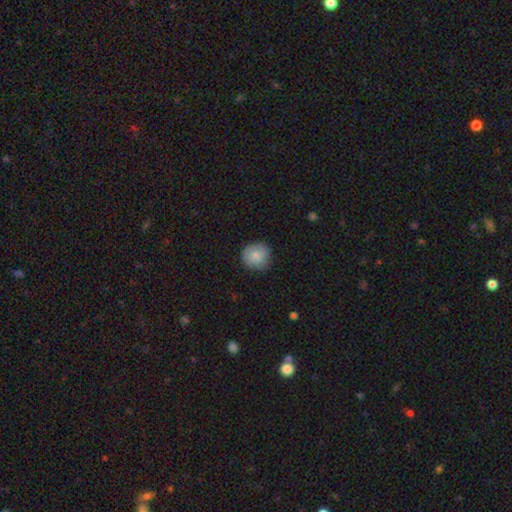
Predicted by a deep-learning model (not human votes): Smooth or featured: smooth — 84% (featured or disk — 8%)
How rounded: round — 89% (in between — 10%)
Merging: none — 84% (minor disturbance — 12%)